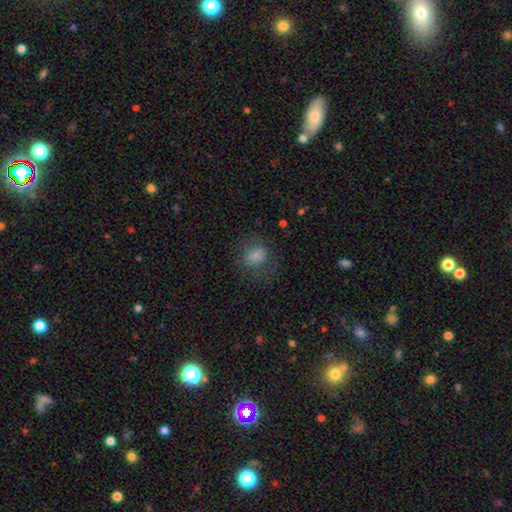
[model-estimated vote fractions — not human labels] This is likely a smooth galaxy (73%). How rounded: possibly round (55%). Merging: likely none (67%).